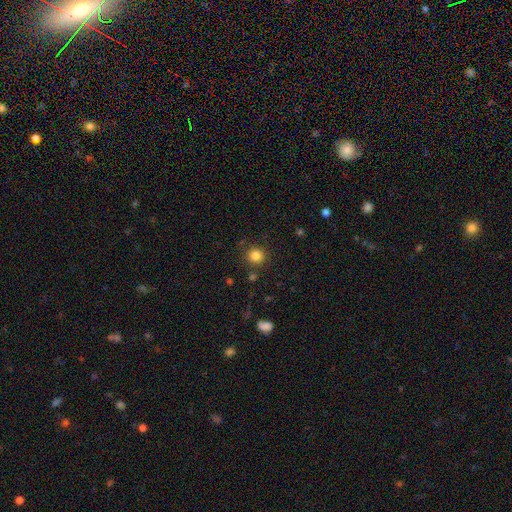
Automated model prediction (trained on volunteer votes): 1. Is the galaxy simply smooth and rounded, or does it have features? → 83% smooth, 12% star or artifact, 5% featured or disk.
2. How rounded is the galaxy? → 92% round, 7% in between, 1% cigar-shaped.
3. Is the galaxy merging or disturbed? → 87% none, 7% minor disturbance, 3% merger, 3% major disturbance.